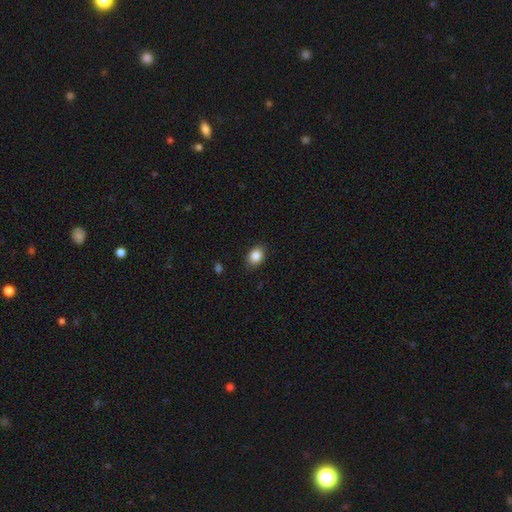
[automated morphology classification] smooth 86%, star or artifact 8%, featured or disk 5%. Down the decision tree: how rounded — in between (68%); merging — none (87%).